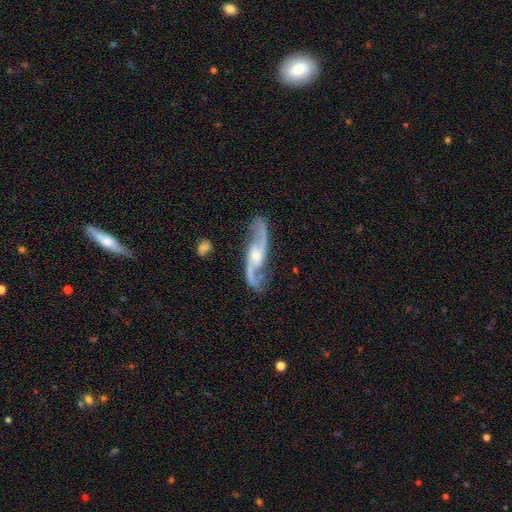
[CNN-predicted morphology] This is clearly a featured or disk galaxy (91%). It is clearly not viewed edge-on (92%). Bar: possibly no (48%). Spiral arm pattern: clearly yes (97%). Spiral arm count: clearly 2 (93%). Spiral winding: likely loose (63%). Central bulge: possibly small (47%). Merging: likely none (77%).